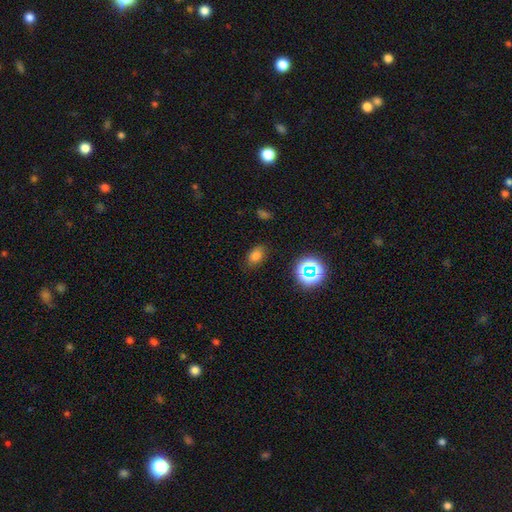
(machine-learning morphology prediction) smooth_or_featured: smooth (p=0.73) [alt: star or artifact p=0.20]
how_rounded: in between (p=0.81) [alt: round p=0.18]
merging: none (p=0.78) [alt: minor disturbance p=0.16]